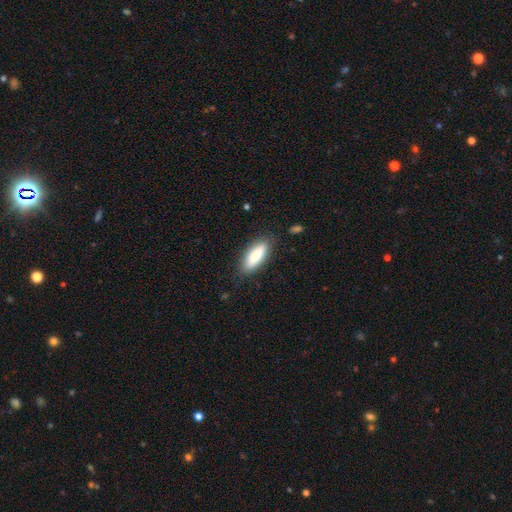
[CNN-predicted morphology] Smooth or featured?
  - smooth: 85% *
  - featured or disk: 9%
  - star or artifact: 6%
How rounded?
  - in between: 67% *
  - cigar-shaped: 31%
  - round: 2%
Merging?
  - none: 83% *
  - minor disturbance: 13%
  - major disturbance: 3%
  - merger: 1%